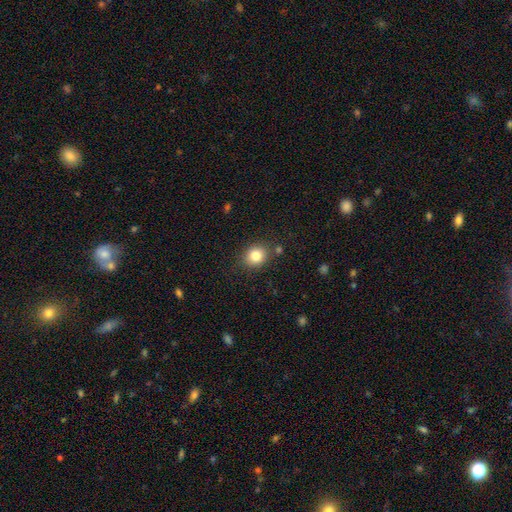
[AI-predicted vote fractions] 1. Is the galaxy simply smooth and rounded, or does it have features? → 83% smooth, 11% star or artifact, 6% featured or disk.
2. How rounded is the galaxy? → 73% round, 26% in between, 1% cigar-shaped.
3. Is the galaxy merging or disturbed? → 83% none, 11% minor disturbance, 4% merger, 3% major disturbance.